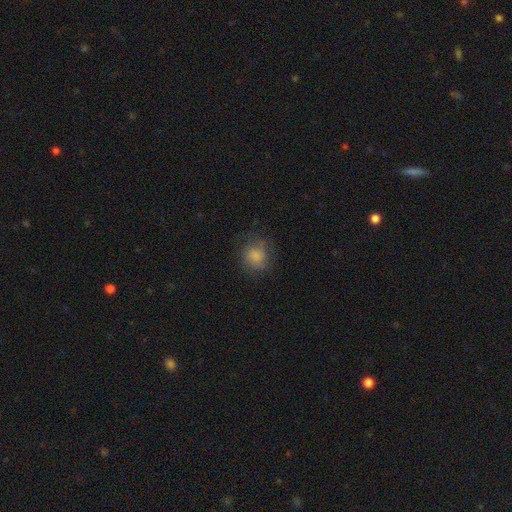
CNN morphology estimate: Smooth or featured?
  - smooth: 78% *
  - featured or disk: 12%
  - star or artifact: 9%
How rounded?
  - round: 79% *
  - in between: 20%
  - cigar-shaped: 1%
Merging?
  - none: 69% *
  - minor disturbance: 19%
  - major disturbance: 10%
  - merger: 1%